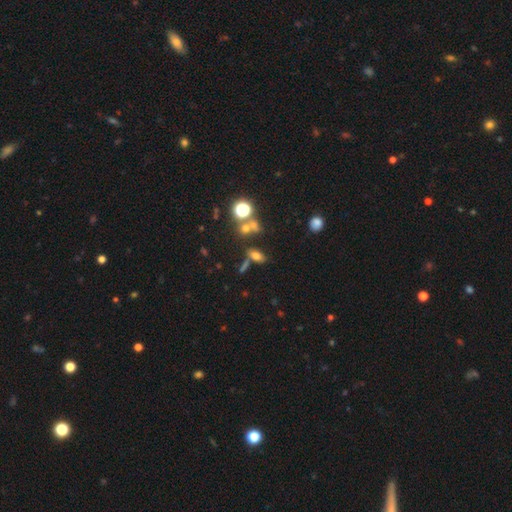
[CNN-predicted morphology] Q: Smooth or featured?
A: smooth (64%); runner-up: star or artifact (21%)
Q: How rounded?
A: in between (74%); runner-up: round (15%)
Q: Merging?
A: none (64%); runner-up: merger (19%)